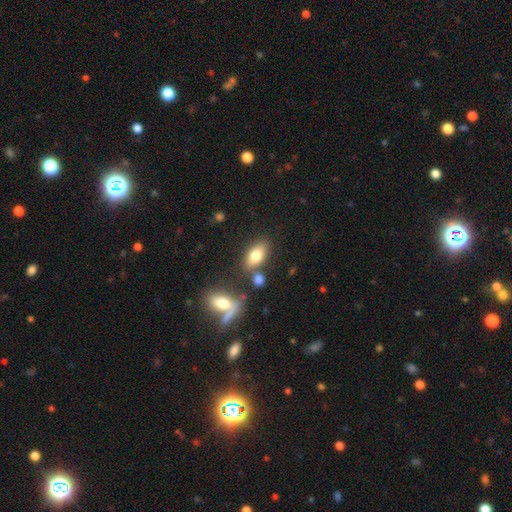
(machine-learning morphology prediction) Smooth or featured?
  - smooth: 77% *
  - featured or disk: 15%
  - star or artifact: 8%
How rounded?
  - in between: 86% *
  - cigar-shaped: 7%
  - round: 6%
Merging?
  - none: 66% *
  - merger: 17%
  - minor disturbance: 13%
  - major disturbance: 4%